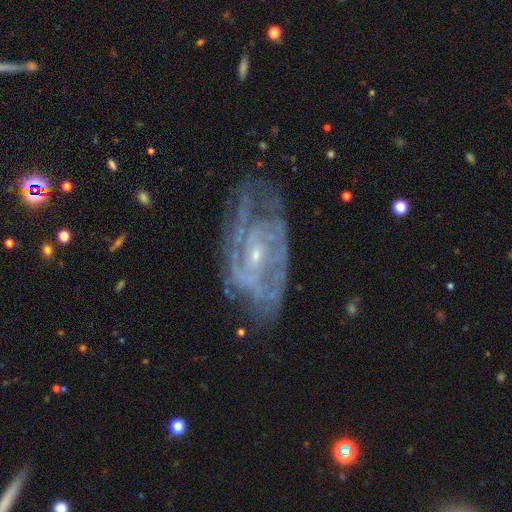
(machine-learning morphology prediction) smooth-or-featured: featured or disk: 86% | smooth: 8% | star or artifact: 6%
  disk-edge-on: no: 95% | yes: 5%
    bar: no: 59% | weak: 32% | strong: 9%
    has-spiral-arms: yes: 89% | no: 11%
      spiral-winding: tight: 56% | medium: 35% | loose: 9%
      spiral-arm-count: can't tell: 36% | 2: 31% | 3: 14% | 4: 8% | 1: 5% | more than 4: 5%
    bulge-size: small: 81% | moderate: 15% | none: 2% | large: 1% | dominant: 1%
  merging: none: 62% | minor disturbance: 23% | major disturbance: 13% | merger: 2%